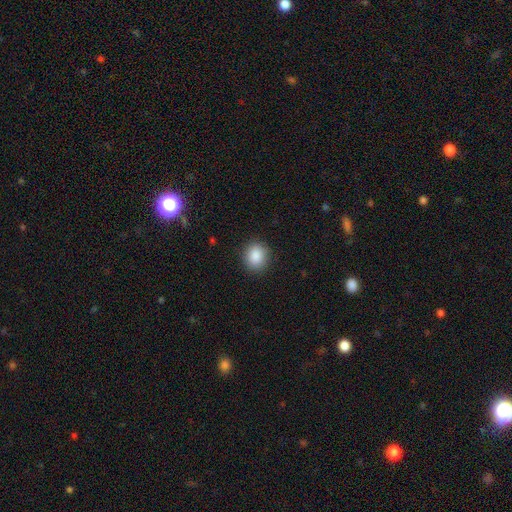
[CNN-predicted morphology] A smooth galaxy with no disk features (88%) that is round (71%).

Vote fractions:
- Smooth or featured? smooth: 88% / star or artifact: 8% / featured or disk: 4%
- How rounded? round: 71% / in between: 28% / cigar-shaped: 1%
- Merging? none: 89% / minor disturbance: 8% / major disturbance: 2% / merger: 1%